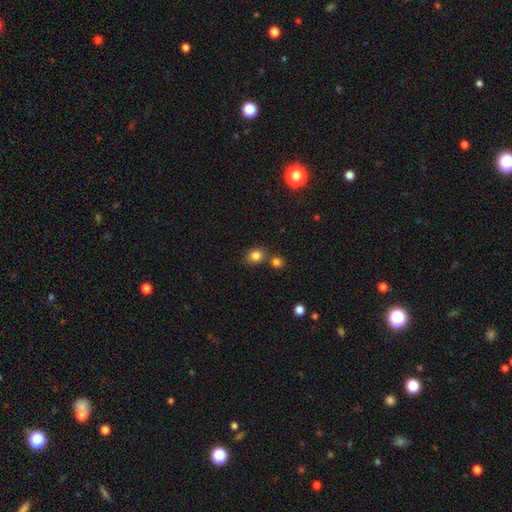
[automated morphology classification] A smooth galaxy with no disk features (83%) that is round (62%).

Vote fractions:
- Smooth or featured? smooth: 83% / star or artifact: 12% / featured or disk: 6%
- How rounded? round: 62% / in between: 37% / cigar-shaped: 1%
- Merging? none: 67% / merger: 19% / minor disturbance: 11% / major disturbance: 3%